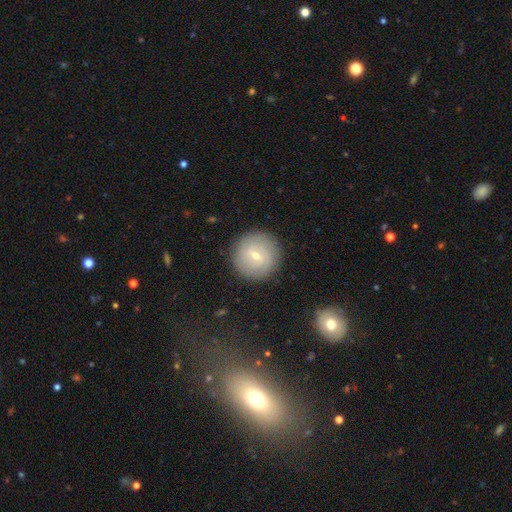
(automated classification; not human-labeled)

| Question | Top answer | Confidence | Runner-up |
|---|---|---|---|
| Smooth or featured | smooth | 50% | featured or disk (42%) |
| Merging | none | 88% | minor disturbance (8%) |